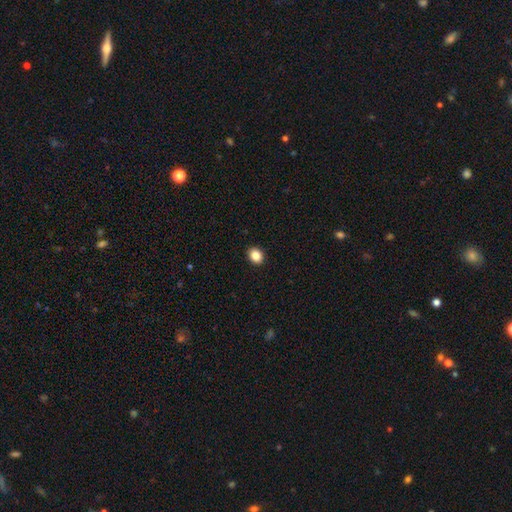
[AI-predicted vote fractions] Smooth or featured? smooth (86%)
How rounded? round (55%)
Merging? none (92%)